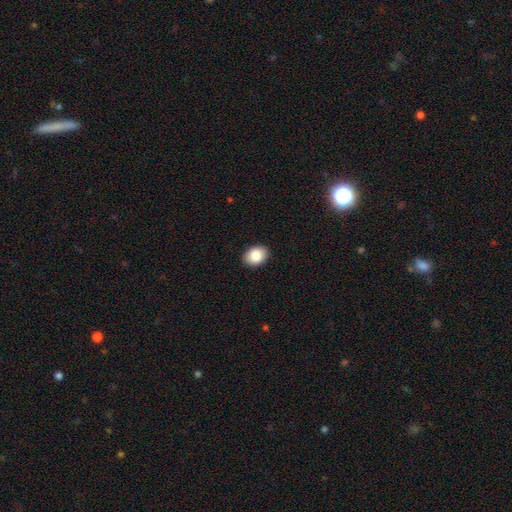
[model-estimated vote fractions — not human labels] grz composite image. It shows a smooth galaxy with no disk features (87%) that is in between round and cigar-shaped (73%). Merging: none (90%).